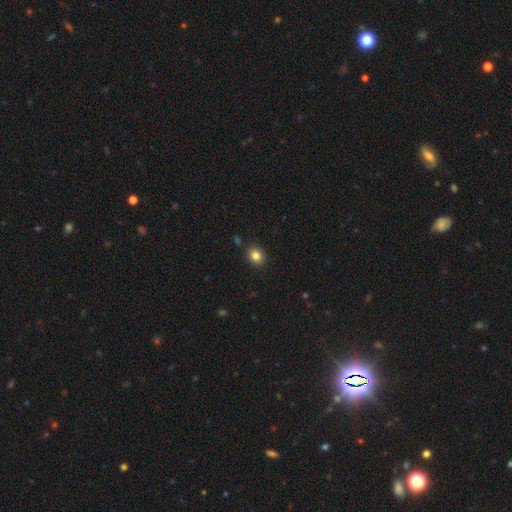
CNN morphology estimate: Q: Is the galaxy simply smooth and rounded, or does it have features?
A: smooth — 83%.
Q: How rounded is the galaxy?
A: round — 64%.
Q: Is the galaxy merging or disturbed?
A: none — 88%.